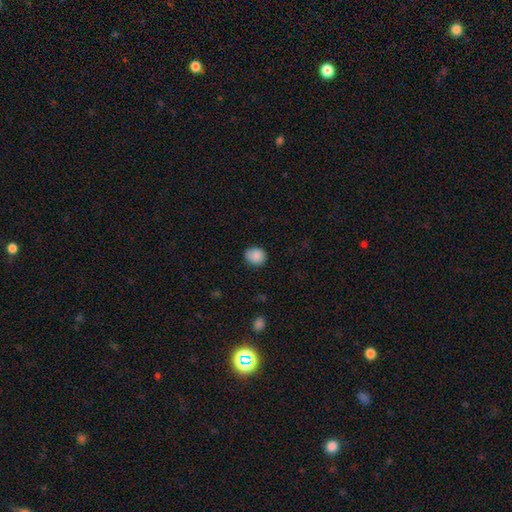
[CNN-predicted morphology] This appears to be a smooth galaxy with no disk features (88%) that is round (71%). Merging: none (80%).